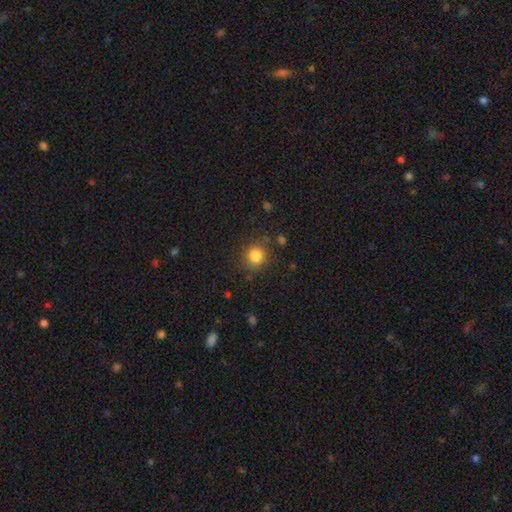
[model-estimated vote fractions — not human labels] Smooth or featured?
  - smooth: 83% *
  - star or artifact: 11%
  - featured or disk: 6%
How rounded?
  - round: 87% *
  - in between: 12%
  - cigar-shaped: 1%
Merging?
  - none: 81% *
  - minor disturbance: 13%
  - major disturbance: 4%
  - merger: 3%